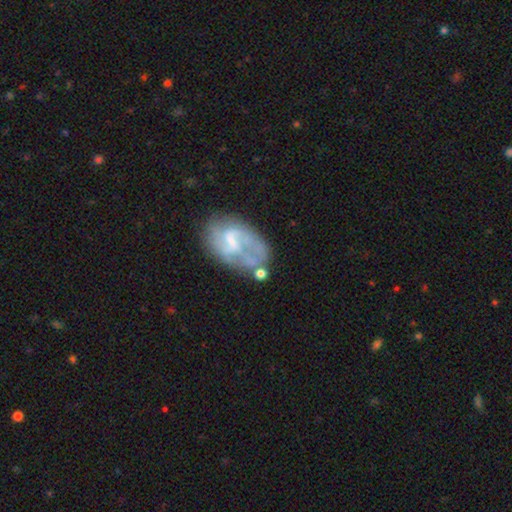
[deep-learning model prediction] Smooth or featured: featured or disk — 66% (smooth — 26%)
Edge-on disk: no — 97% (yes — 3%)
Bar: weak — 49% (no — 36%)
Spiral arms: yes — 64% (no — 36%)
Bulge size: small — 41% (none — 30%)
Merging: none — 43% (minor disturbance — 24%)